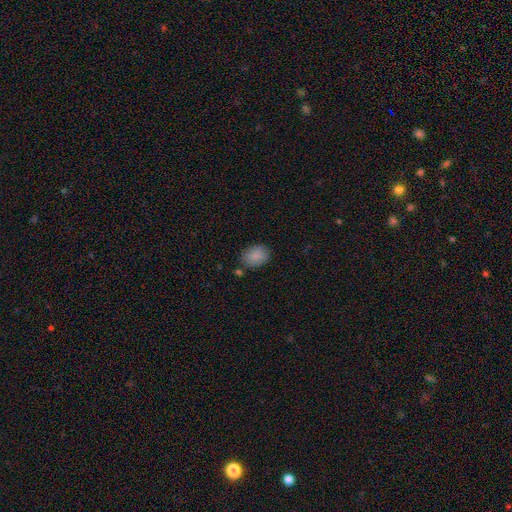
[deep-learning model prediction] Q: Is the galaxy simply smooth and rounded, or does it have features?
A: smooth — 88%.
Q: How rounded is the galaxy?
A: in between — 73%.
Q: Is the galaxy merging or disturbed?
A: none — 78%.